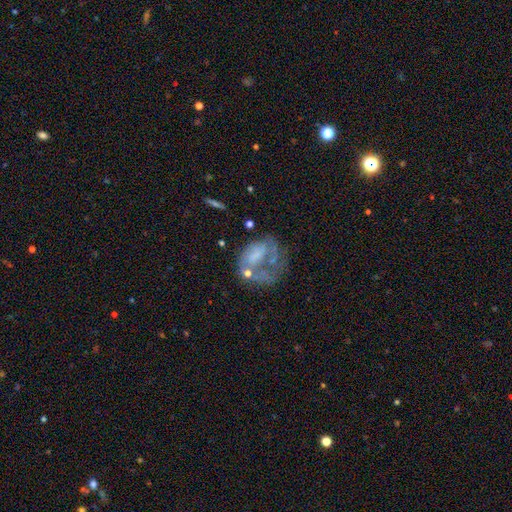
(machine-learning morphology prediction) This is possibly a featured or disk galaxy (59%). It is clearly not viewed edge-on (97%). Bar: likely no (71%). Spiral arm pattern: possibly no (59%). Central bulge: possibly none (53%). Merging: marginally major disturbance (42%).